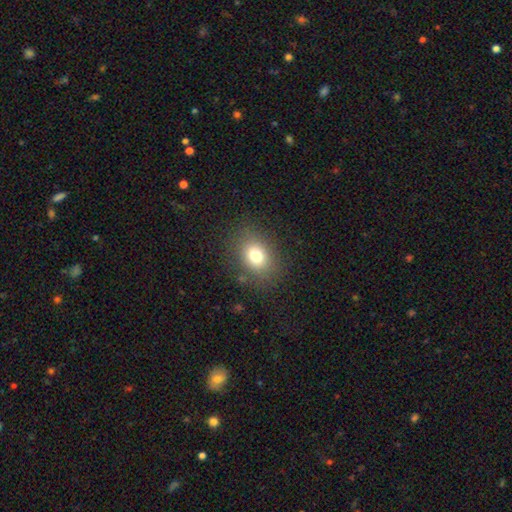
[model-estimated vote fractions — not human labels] This appears to be a smooth galaxy with no disk features (76%) that is in between round and cigar-shaped (54%). Merging: none (83%).